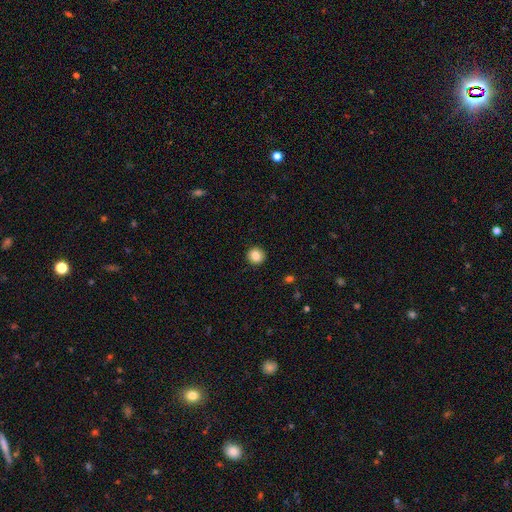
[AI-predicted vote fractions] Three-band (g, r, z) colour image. It shows a smooth galaxy with no disk features (86%) that is round (93%). Merging: none (93%).